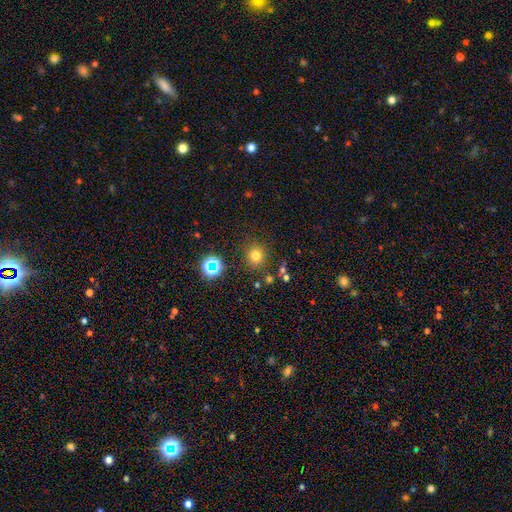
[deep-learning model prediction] Smooth or featured? smooth (73%)
How rounded? round (91%)
Merging? none (85%)